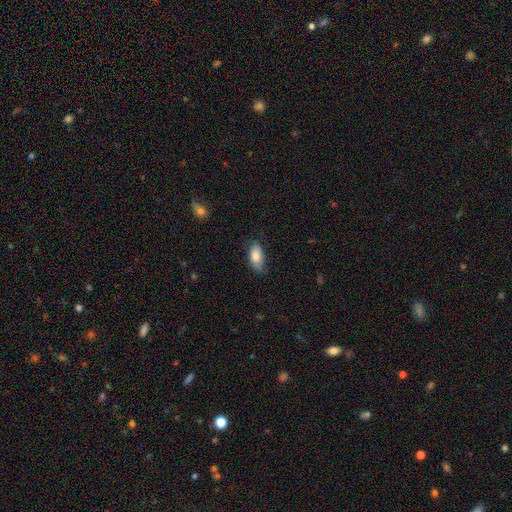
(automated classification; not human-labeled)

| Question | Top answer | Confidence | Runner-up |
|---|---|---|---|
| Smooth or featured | smooth | 82% | featured or disk (11%) |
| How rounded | in between | 92% | cigar-shaped (5%) |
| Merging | none | 75% | minor disturbance (20%) |